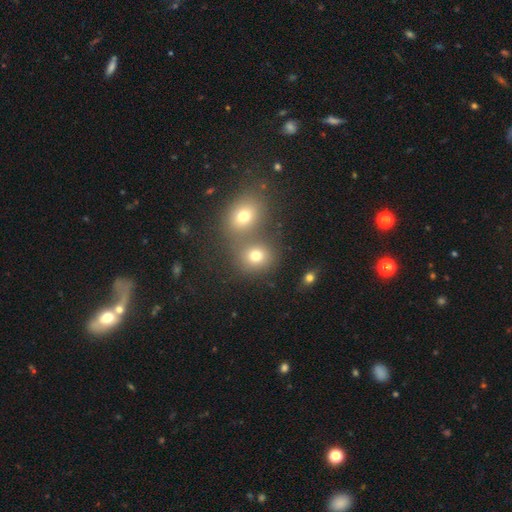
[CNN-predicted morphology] Q: Smooth or featured?
A: smooth (74%); runner-up: star or artifact (16%)
Q: How rounded?
A: round (77%); runner-up: in between (22%)
Q: Merging?
A: none (49%); runner-up: merger (40%)